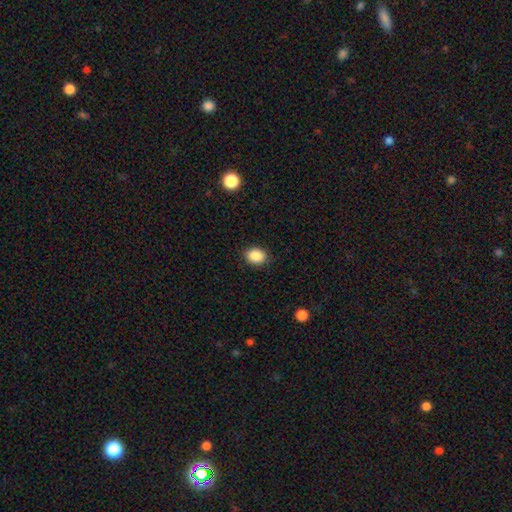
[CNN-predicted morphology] The model was most divided on "how rounded": in between: 66%, round: 33%, cigar-shaped: 1%. More confident: smooth or featured — smooth (89%); merging — none (88%).